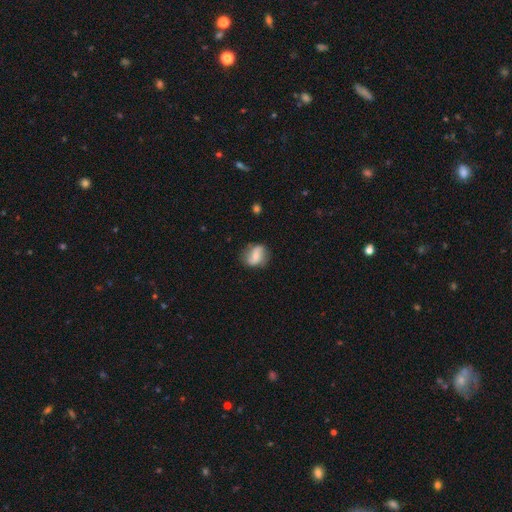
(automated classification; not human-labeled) Smooth or featured? Predicted: featured or disk (p=0.47). Merging? Predicted: none (p=0.70).